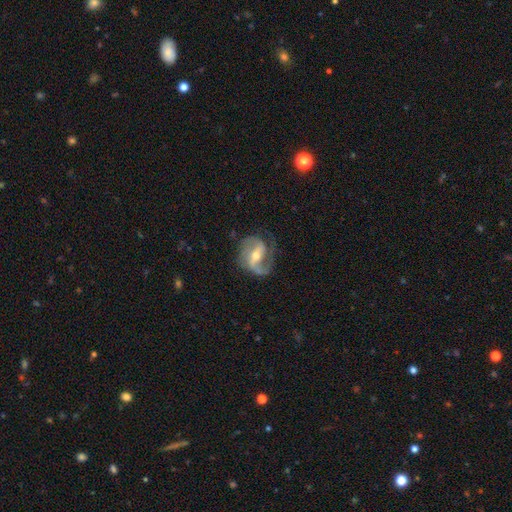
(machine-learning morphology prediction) Q: Smooth or featured?
A: featured or disk (85%); runner-up: smooth (10%)
Q: Edge-on disk?
A: no (97%); runner-up: yes (3%)
Q: Bar?
A: strong (43%); runner-up: weak (41%)
Q: Spiral arms?
A: yes (94%); runner-up: no (6%)
Q: Spiral winding?
A: medium (44%); runner-up: loose (40%)
Q: Spiral arm count?
A: 2 (77%); runner-up: 1 (14%)
Q: Bulge size?
A: moderate (58%); runner-up: small (37%)
Q: Merging?
A: none (64%); runner-up: minor disturbance (20%)